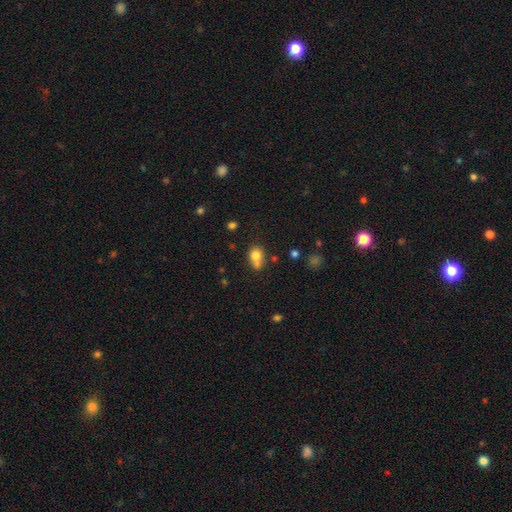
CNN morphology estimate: Smooth or featured? smooth (76%)
How rounded? round (53%)
Merging? none (42%)